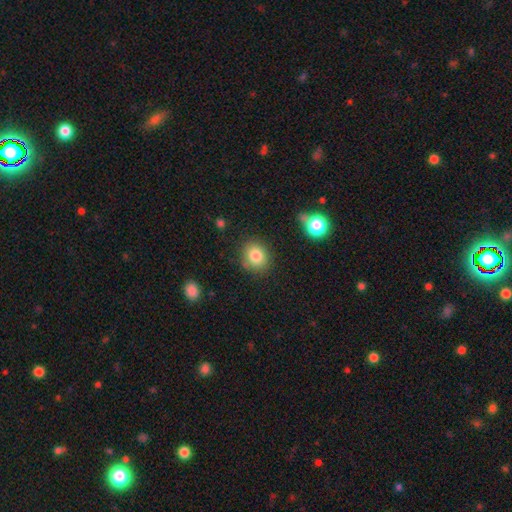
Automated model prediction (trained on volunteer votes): A smooth galaxy with no disk features (82%) that is round (76%). Merging: none (82%).